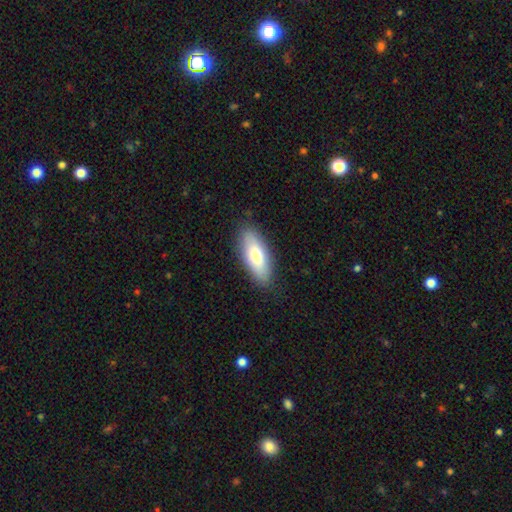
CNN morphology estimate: A smooth galaxy with no disk features (71%) that is in between round and cigar-shaped (79%).

Vote fractions:
- Smooth or featured? smooth: 71% / featured or disk: 23% / star or artifact: 6%
- How rounded? in between: 79% / cigar-shaped: 18% / round: 3%
- Merging? none: 86% / minor disturbance: 10% / major disturbance: 3% / merger: 1%